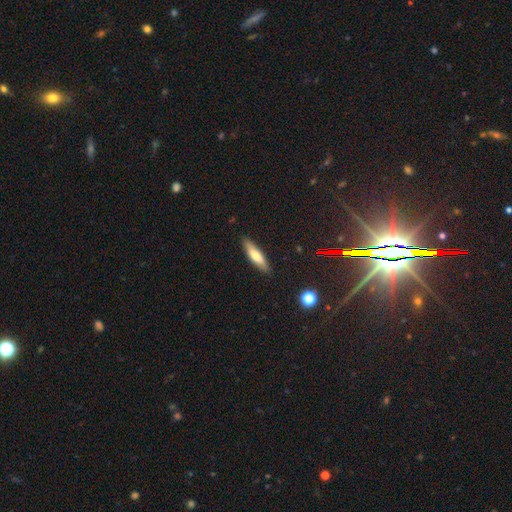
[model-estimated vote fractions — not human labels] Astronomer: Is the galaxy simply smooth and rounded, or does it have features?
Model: smooth — 64%.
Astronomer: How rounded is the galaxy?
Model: cigar-shaped — 74%.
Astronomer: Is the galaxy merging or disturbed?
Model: none — 88%.